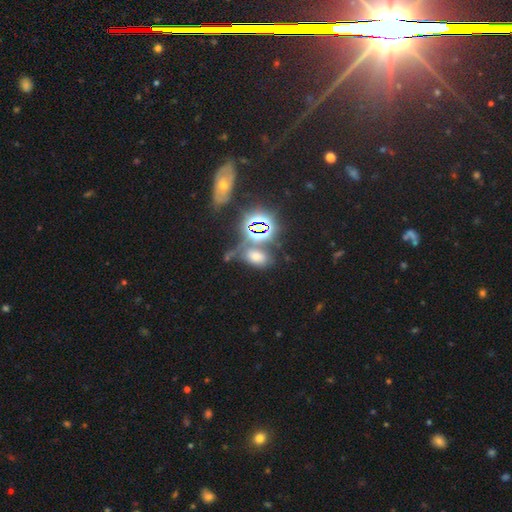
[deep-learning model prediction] This is possibly a smooth galaxy (46%). Merging: possibly none (55%).